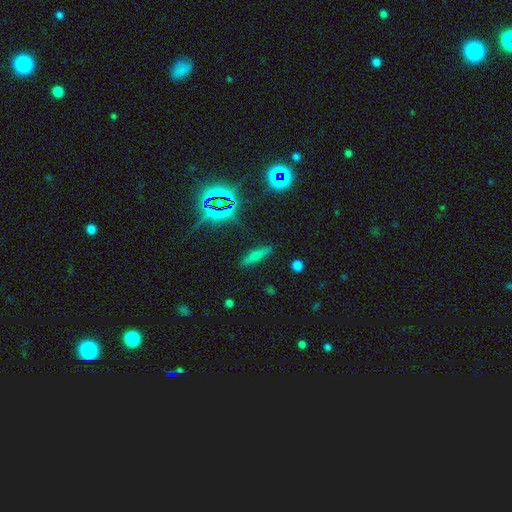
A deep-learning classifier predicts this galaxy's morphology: A smooth galaxy with no disk features (53%) that is cigar-shaped (72%). Merging: none (85%).